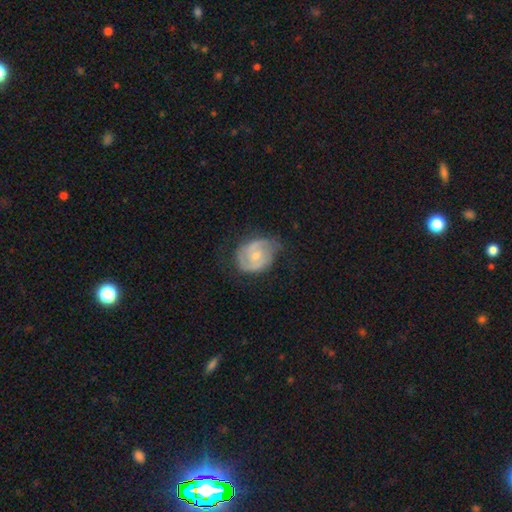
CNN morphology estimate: smooth_or_featured: featured or disk (p=0.74) [alt: smooth p=0.21]
disk_edge_on: no (p=0.98) [alt: yes p=0.02]
bar: no (p=0.58) [alt: weak p=0.36]
has_spiral_arms: yes (p=0.90) [alt: no p=0.10]
spiral_winding: tight (p=0.46) [alt: medium p=0.41]
spiral_arm_count: 2 (p=0.65) [alt: can't tell p=0.17]
bulge_size: small (p=0.51) [alt: moderate p=0.43]
merging: none (p=0.58) [alt: minor disturbance p=0.29]